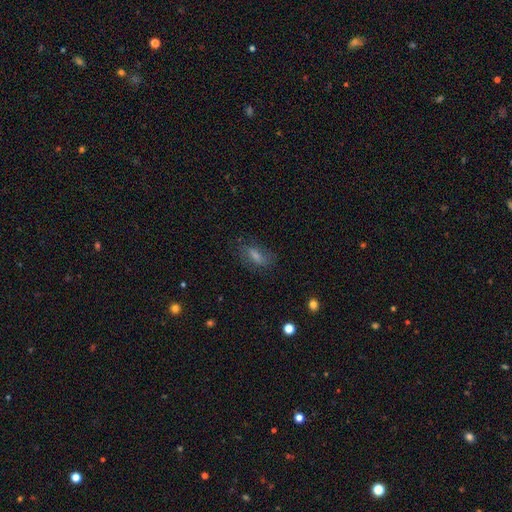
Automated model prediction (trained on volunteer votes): A smooth galaxy with no disk features (66%) that is in between round and cigar-shaped (72%). Merging: none (68%).